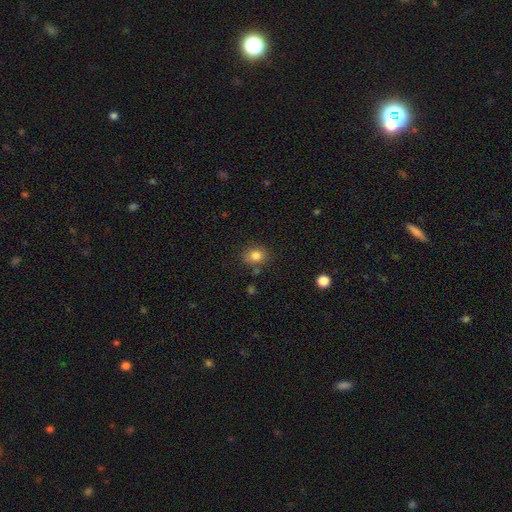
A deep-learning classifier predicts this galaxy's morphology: smooth-or-featured: smooth: 82% | star or artifact: 11% | featured or disk: 7%
  how-rounded: round: 58% | in between: 41% | cigar-shaped: 1%
  merging: none: 78% | minor disturbance: 14% | merger: 5% | major disturbance: 4%